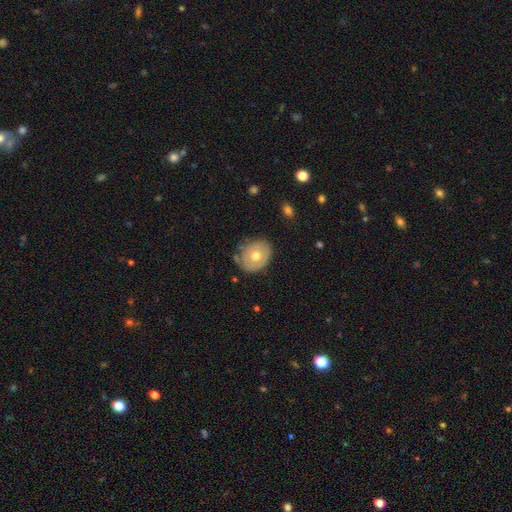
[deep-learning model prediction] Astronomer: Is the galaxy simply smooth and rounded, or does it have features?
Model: smooth — 60%.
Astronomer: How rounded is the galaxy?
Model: round — 70%.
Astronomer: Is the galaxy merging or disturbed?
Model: none — 70%.